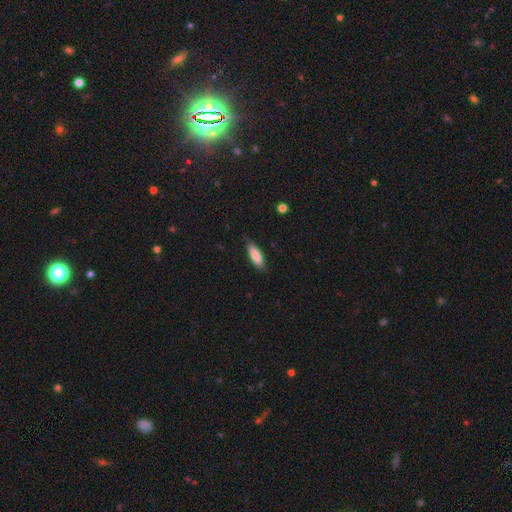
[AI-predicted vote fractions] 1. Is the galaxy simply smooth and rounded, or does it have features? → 81% smooth, 13% featured or disk, 6% star or artifact.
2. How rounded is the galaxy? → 51% in between, 47% cigar-shaped, 2% round.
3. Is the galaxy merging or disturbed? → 79% none, 17% minor disturbance, 3% major disturbance, 1% merger.